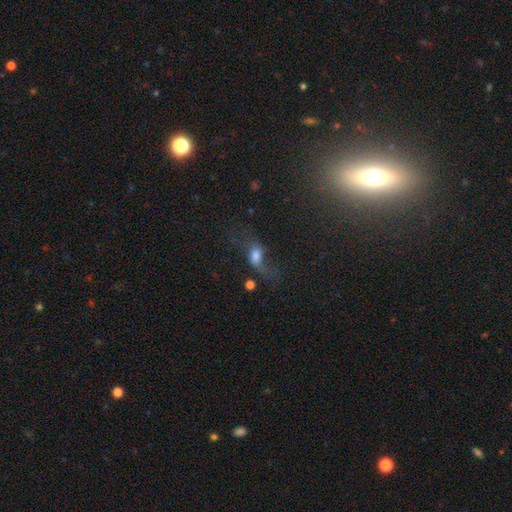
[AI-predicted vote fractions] smooth 48%, featured or disk 34%, star or artifact 17%. Down the decision tree: merging — major disturbance (42%).